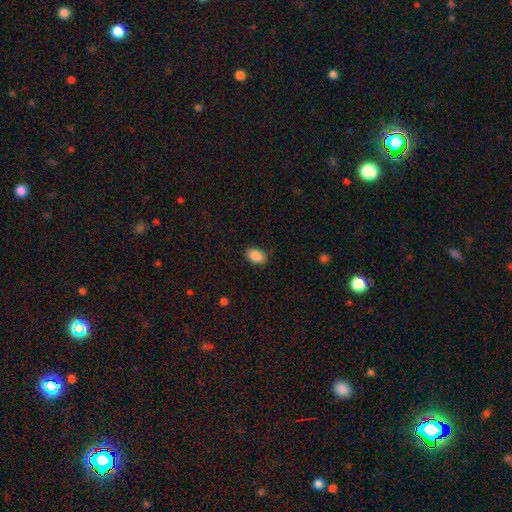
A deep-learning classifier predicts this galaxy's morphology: Smooth or featured?
  - smooth: 89% *
  - star or artifact: 8%
  - featured or disk: 4%
How rounded?
  - in between: 85% *
  - round: 14%
  - cigar-shaped: 1%
Merging?
  - none: 84% *
  - minor disturbance: 12%
  - major disturbance: 3%
  - merger: 1%